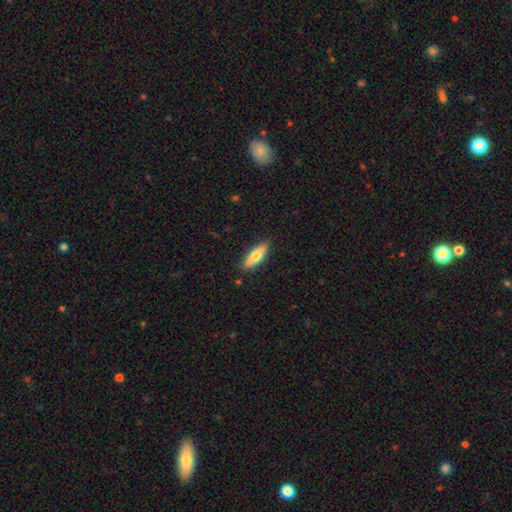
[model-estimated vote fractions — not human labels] A smooth galaxy with no disk features (62%) that is cigar-shaped (59%).

Vote fractions:
- Smooth or featured? smooth: 62% / featured or disk: 32% / star or artifact: 6%
- How rounded? cigar-shaped: 59% / in between: 39% / round: 2%
- Merging? none: 87% / minor disturbance: 10% / major disturbance: 2% / merger: 1%